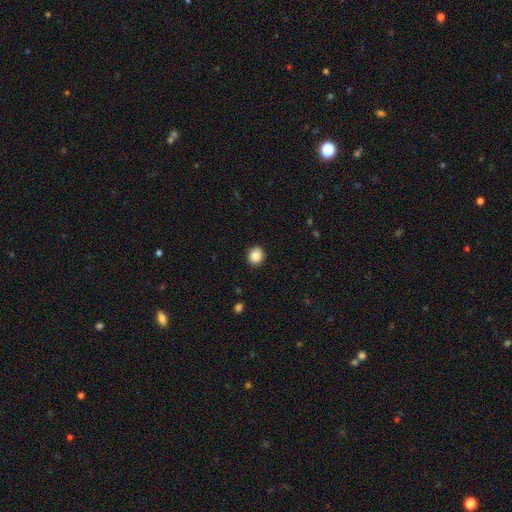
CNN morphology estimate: Q: Smooth or featured?
A: smooth (88%); runner-up: star or artifact (9%)
Q: How rounded?
A: round (84%); runner-up: in between (15%)
Q: Merging?
A: none (92%); runner-up: minor disturbance (5%)